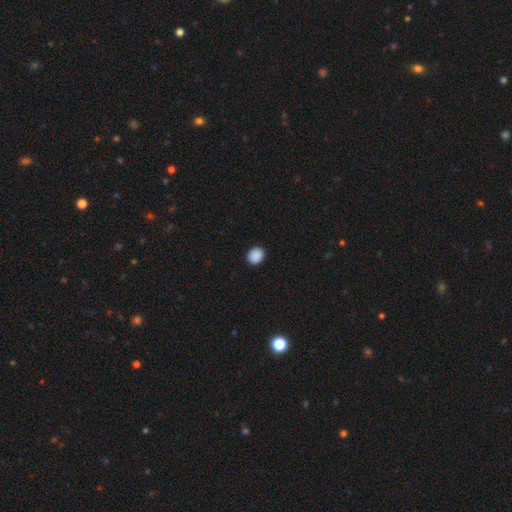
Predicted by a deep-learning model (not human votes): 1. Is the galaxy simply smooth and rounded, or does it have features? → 90% smooth, 8% star or artifact, 2% featured or disk.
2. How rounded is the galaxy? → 74% round, 25% in between, 1% cigar-shaped.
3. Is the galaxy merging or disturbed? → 92% none, 5% minor disturbance, 2% major disturbance, 1% merger.